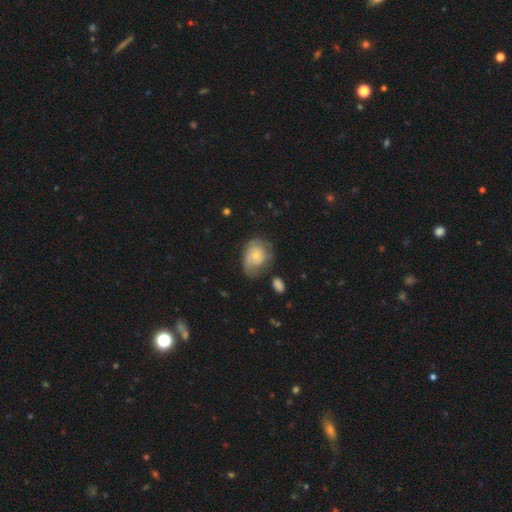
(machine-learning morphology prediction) This is possibly a featured or disk galaxy (57%). It is clearly not viewed edge-on (97%). Bar: clearly no (80%). Spiral arm pattern: likely yes (80%). Central bulge: likely small (61%). Merging: marginally none (45%).